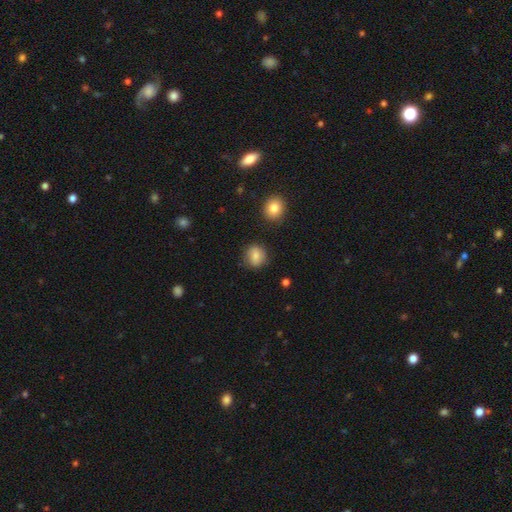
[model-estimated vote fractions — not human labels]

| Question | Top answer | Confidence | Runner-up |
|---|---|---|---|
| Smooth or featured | smooth | 81% | featured or disk (10%) |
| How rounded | round | 80% | in between (19%) |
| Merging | none | 82% | minor disturbance (12%) |